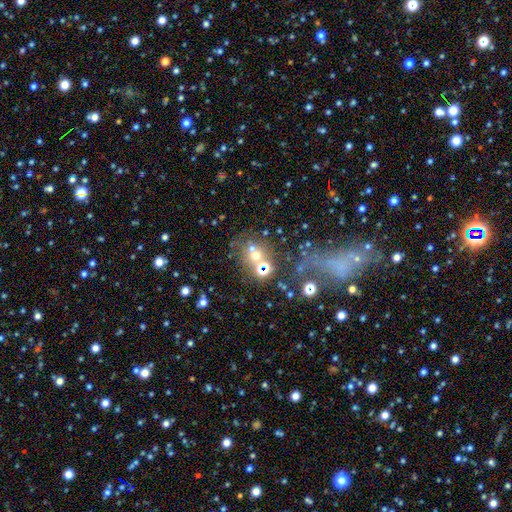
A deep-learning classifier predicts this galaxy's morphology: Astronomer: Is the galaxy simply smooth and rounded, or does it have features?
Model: smooth — 43% (runner-up: star or artifact, 37%).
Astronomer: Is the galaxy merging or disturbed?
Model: none — 52%.